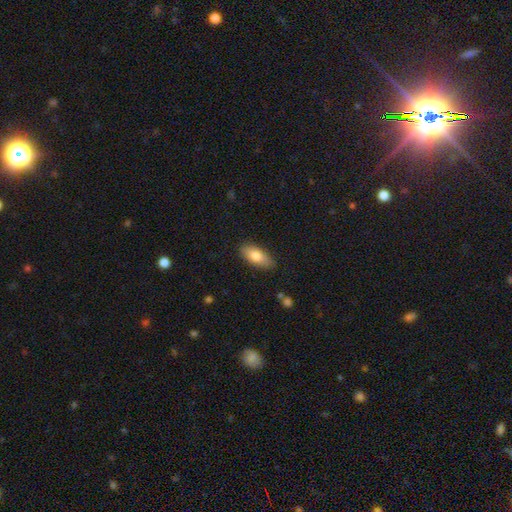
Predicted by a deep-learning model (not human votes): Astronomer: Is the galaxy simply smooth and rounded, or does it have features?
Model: smooth — 80%.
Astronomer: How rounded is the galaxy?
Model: in between — 85%.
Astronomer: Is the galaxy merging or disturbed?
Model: none — 86%.